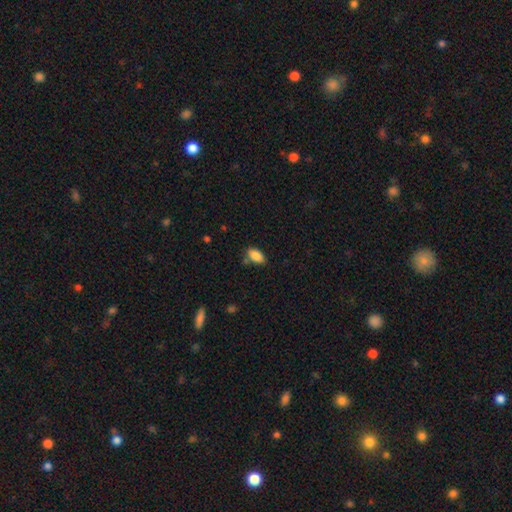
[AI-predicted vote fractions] This is clearly a smooth galaxy (87%). How rounded: clearly in between (91%). Merging: likely none (75%).